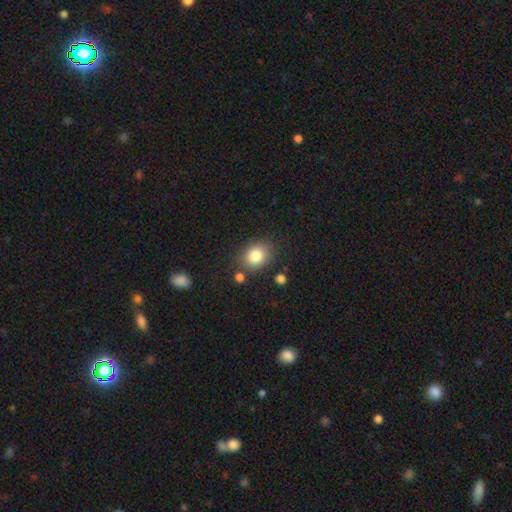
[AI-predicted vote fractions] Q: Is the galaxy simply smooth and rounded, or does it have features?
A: smooth — 82%.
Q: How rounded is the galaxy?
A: round — 57%.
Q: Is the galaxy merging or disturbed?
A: none — 78%.